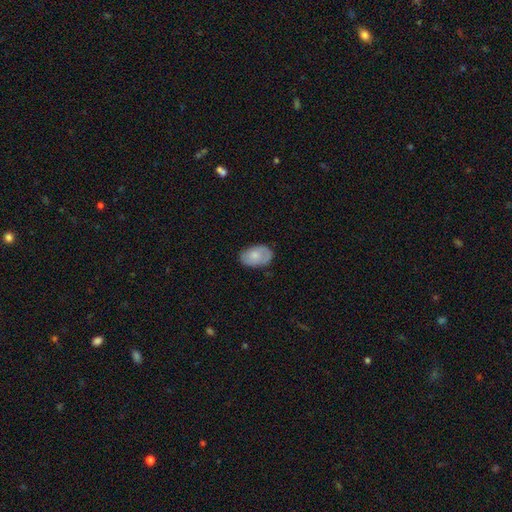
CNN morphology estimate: Q: Smooth or featured?
A: smooth (74%); runner-up: featured or disk (20%)
Q: How rounded?
A: in between (89%); runner-up: round (10%)
Q: Merging?
A: none (74%); runner-up: minor disturbance (20%)